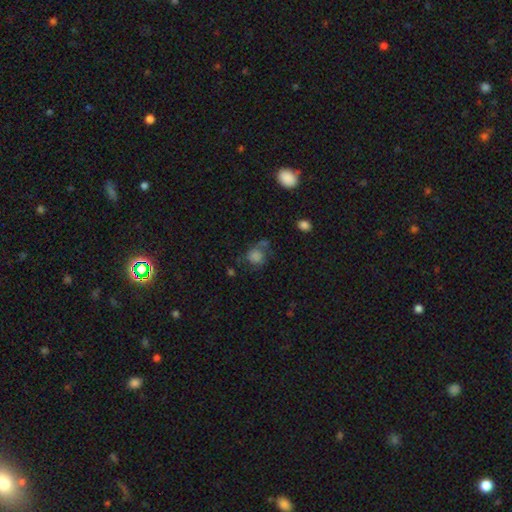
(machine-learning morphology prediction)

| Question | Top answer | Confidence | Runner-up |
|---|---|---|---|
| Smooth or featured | smooth | 68% | star or artifact (18%) |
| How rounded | round | 77% | in between (22%) |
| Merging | none | 52% | minor disturbance (20%) |